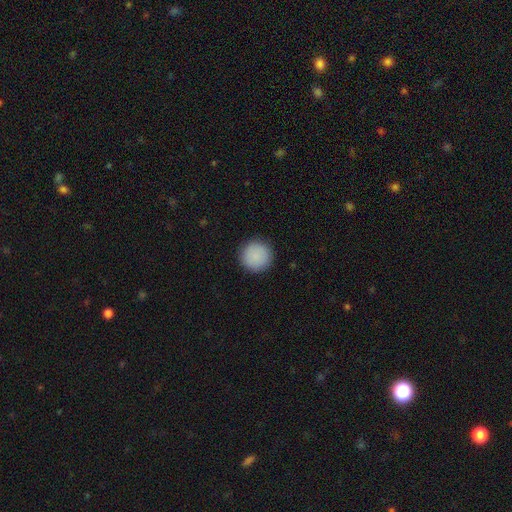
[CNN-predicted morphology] type=smooth (89%); roundness=round (96%); merging=none (92%).